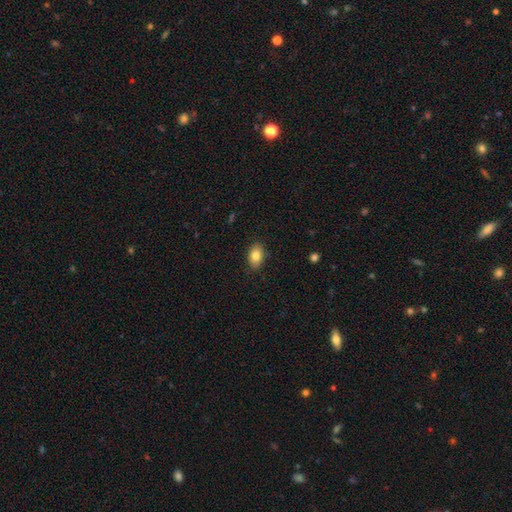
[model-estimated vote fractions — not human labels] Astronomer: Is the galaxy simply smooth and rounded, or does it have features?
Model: smooth — 84%.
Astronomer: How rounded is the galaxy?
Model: in between — 86%.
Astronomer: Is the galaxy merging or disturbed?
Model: none — 86%.